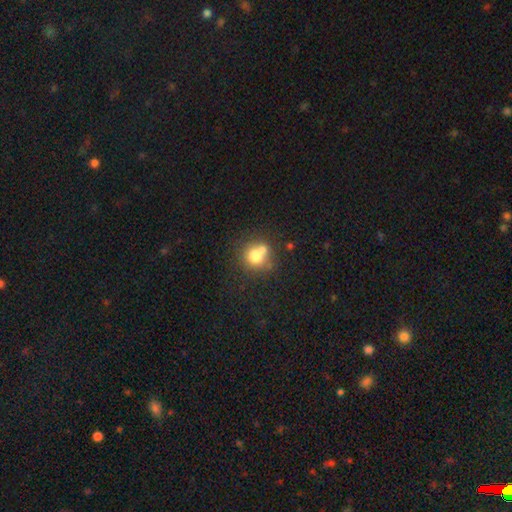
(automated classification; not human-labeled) A smooth galaxy with no disk features (72%) that is round (88%).

Vote fractions:
- Smooth or featured? smooth: 72% / featured or disk: 15% / star or artifact: 12%
- How rounded? round: 88% / in between: 11% / cigar-shaped: 1%
- Merging? none: 52% / merger: 34% / minor disturbance: 10% / major disturbance: 4%